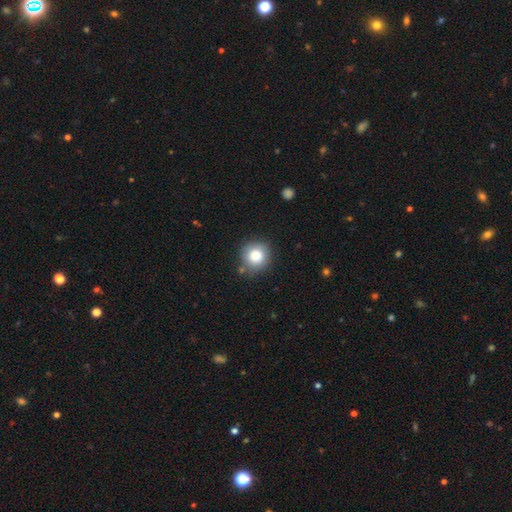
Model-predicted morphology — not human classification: Overall: smooth (84%). How rounded: round (91%). Merging: none (79%).